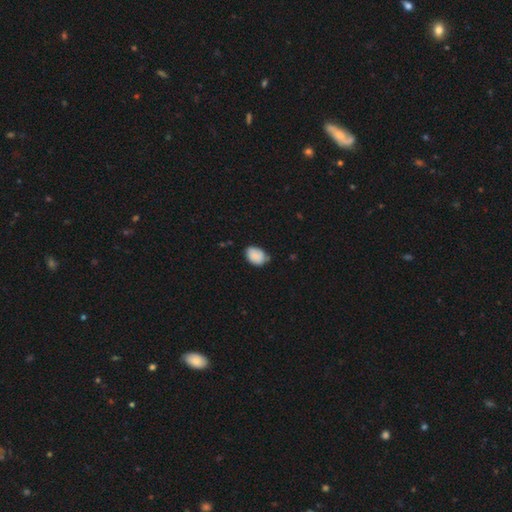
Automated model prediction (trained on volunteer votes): A smooth galaxy with no disk features (86%) that is in between round and cigar-shaped (77%).

Vote fractions:
- Smooth or featured? smooth: 86% / star or artifact: 8% / featured or disk: 6%
- How rounded? in between: 77% / round: 22% / cigar-shaped: 1%
- Merging? none: 61% / minor disturbance: 32% / major disturbance: 5% / merger: 3%